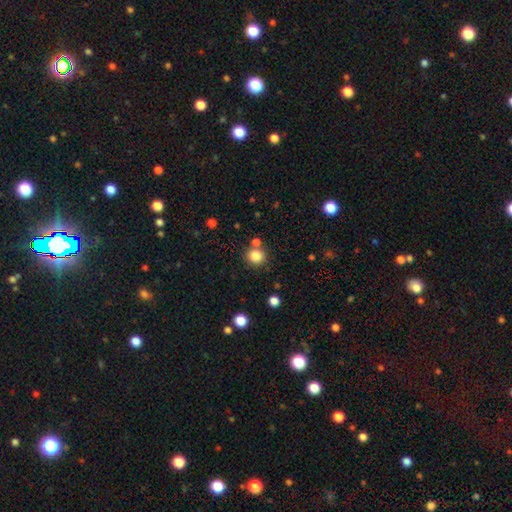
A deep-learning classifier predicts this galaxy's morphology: Q: Smooth or featured?
A: smooth (83%); runner-up: star or artifact (12%)
Q: How rounded?
A: round (88%); runner-up: in between (11%)
Q: Merging?
A: none (76%); runner-up: merger (12%)